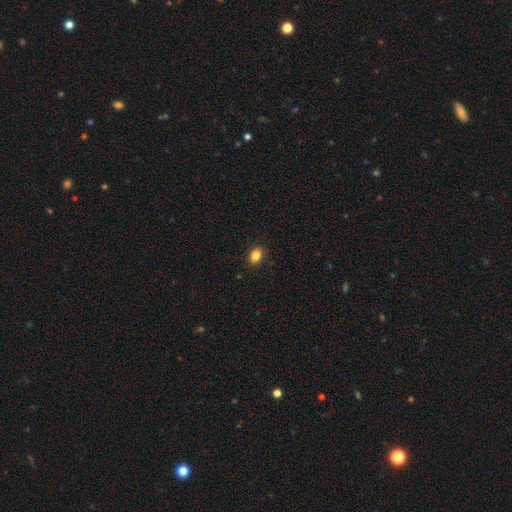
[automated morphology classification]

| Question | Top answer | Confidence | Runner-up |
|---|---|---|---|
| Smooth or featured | smooth | 85% | star or artifact (10%) |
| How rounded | in between | 71% | round (28%) |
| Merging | none | 88% | minor disturbance (9%) |